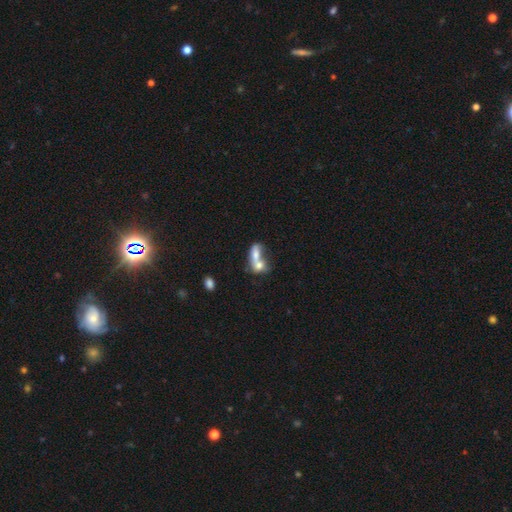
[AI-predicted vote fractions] Smooth or featured: smooth — 63% (featured or disk — 28%)
How rounded: in between — 70% (round — 17%)
Merging: merger — 74% (none — 14%)